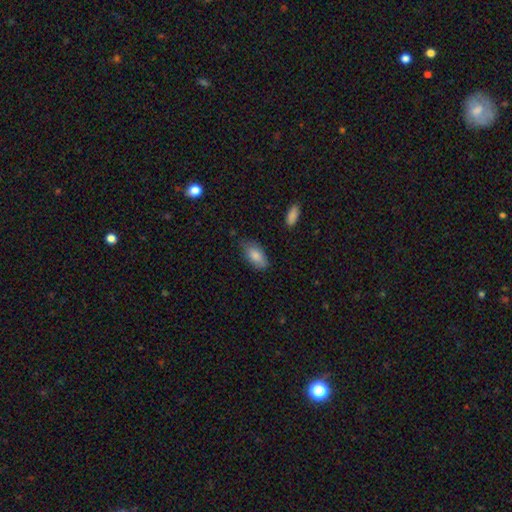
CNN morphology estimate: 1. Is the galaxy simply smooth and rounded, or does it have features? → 84% smooth, 9% featured or disk, 6% star or artifact.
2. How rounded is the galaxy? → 90% in between, 7% cigar-shaped, 3% round.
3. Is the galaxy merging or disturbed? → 69% none, 25% minor disturbance, 5% major disturbance, 2% merger.